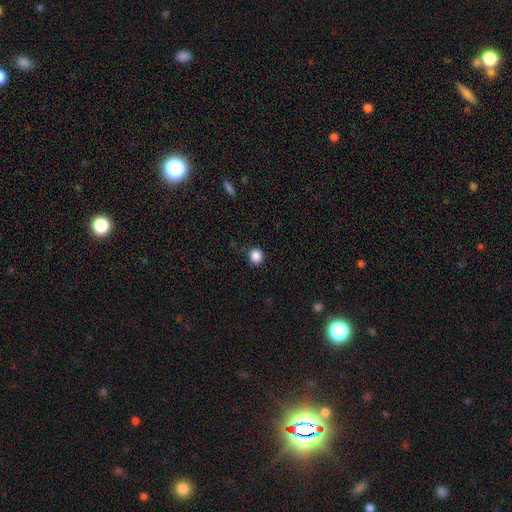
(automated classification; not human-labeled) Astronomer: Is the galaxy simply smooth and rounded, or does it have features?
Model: smooth — 87%.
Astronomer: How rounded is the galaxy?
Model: round — 88%.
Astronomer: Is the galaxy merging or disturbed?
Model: none — 88%.